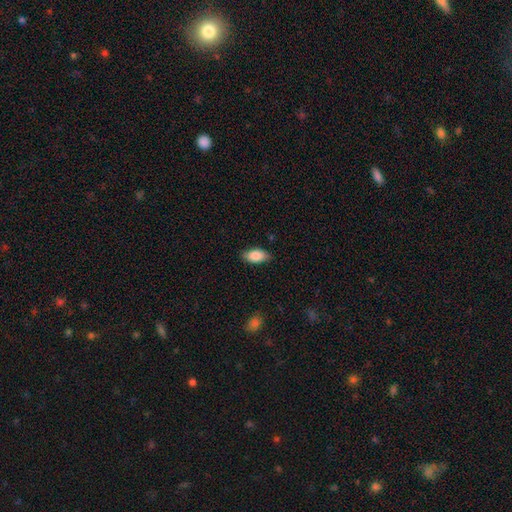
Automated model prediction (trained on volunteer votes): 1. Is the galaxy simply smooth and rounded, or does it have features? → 85% smooth, 8% featured or disk, 7% star or artifact.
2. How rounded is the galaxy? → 91% in between, 6% cigar-shaped, 4% round.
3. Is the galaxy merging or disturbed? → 83% none, 14% minor disturbance, 3% major disturbance, 1% merger.